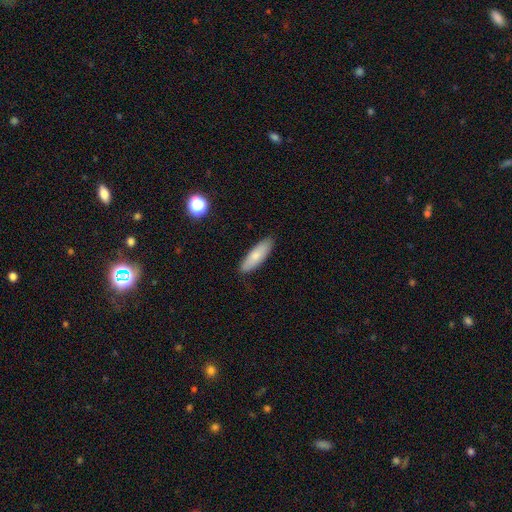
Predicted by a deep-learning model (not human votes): smooth 77%, featured or disk 17%, star or artifact 6%. Down the decision tree: how rounded — cigar-shaped (49%, tied with in between); merging — none (88%).